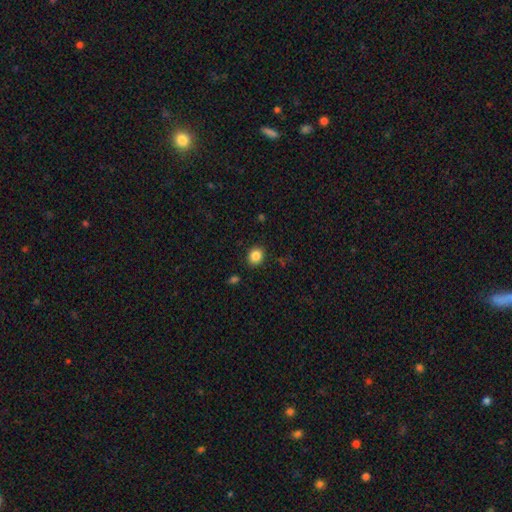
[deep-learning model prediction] Smooth or featured? Predicted: smooth (p=0.86). How rounded? Predicted: round (p=0.73). Merging? Predicted: none (p=0.90).